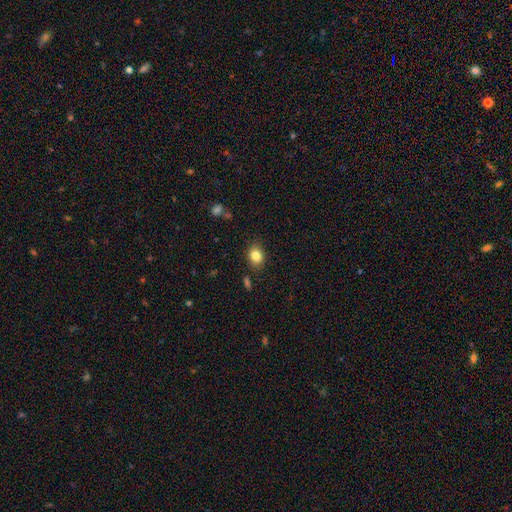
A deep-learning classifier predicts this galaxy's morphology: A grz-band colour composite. It shows a smooth galaxy with no disk features (83%) that is in between round and cigar-shaped (55%). Merging: none (84%).